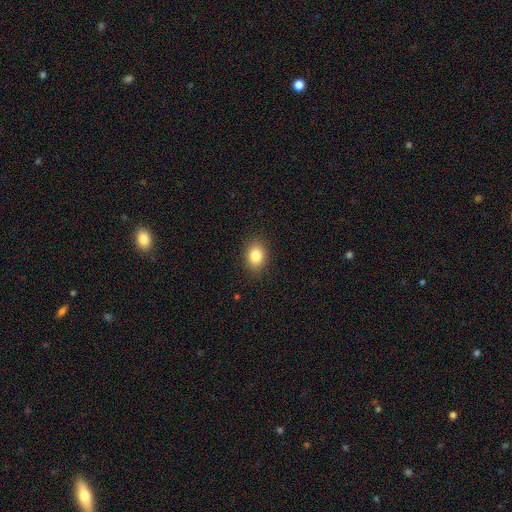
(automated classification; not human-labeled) smooth-or-featured: smooth: 83% | star or artifact: 10% | featured or disk: 7%
  how-rounded: in between: 65% | round: 34% | cigar-shaped: 1%
  merging: none: 88% | minor disturbance: 8% | major disturbance: 2% | merger: 1%